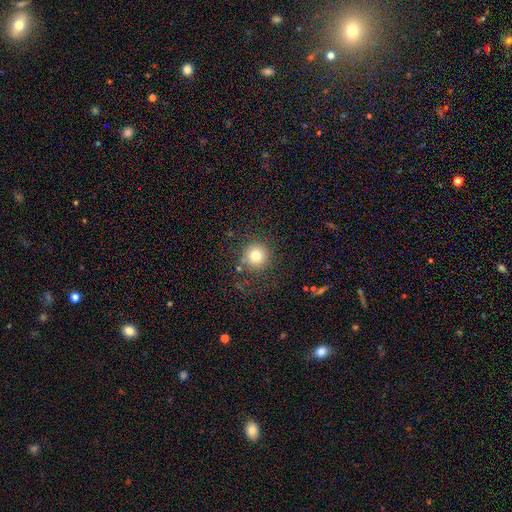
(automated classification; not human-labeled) smooth_or_featured: smooth (p=0.79) [alt: star or artifact p=0.12]
how_rounded: round (p=0.94) [alt: in between p=0.05]
merging: none (p=0.83) [alt: minor disturbance p=0.10]